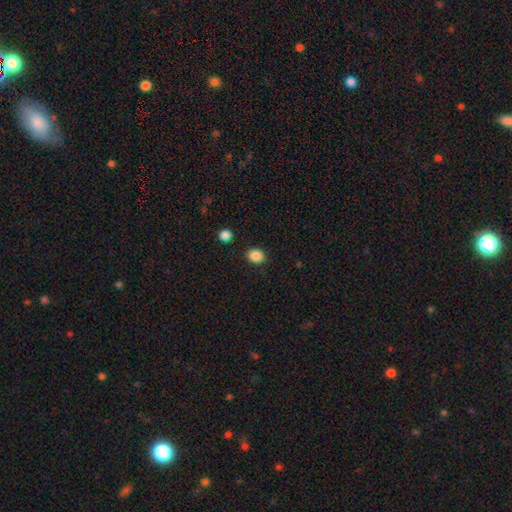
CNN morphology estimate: Smooth or featured: smooth — 87% (star or artifact — 9%)
How rounded: round — 51% (in between — 48%)
Merging: none — 87% (minor disturbance — 8%)